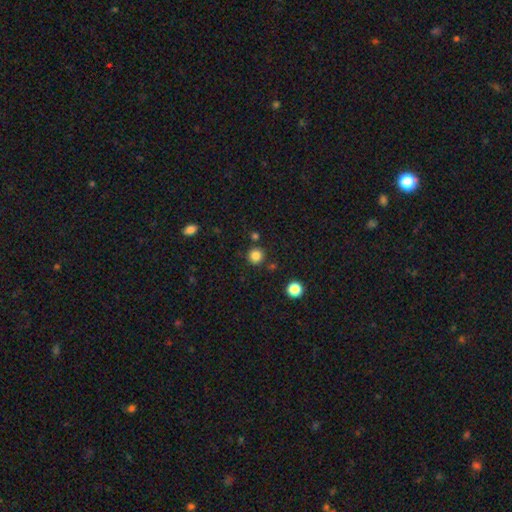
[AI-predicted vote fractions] Smooth or featured? smooth (84%)
How rounded? round (94%)
Merging? none (86%)